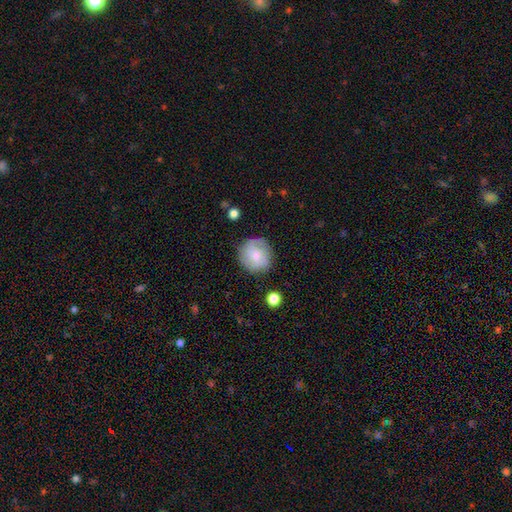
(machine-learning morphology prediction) This appears to be a smooth galaxy with no disk features (54%) that is round (88%). Merging: none (76%).